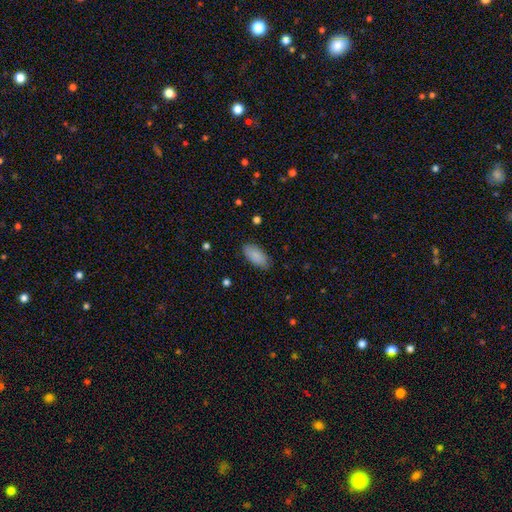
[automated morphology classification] Overall: smooth (89%). How rounded: in between (91%). Merging: none (85%).